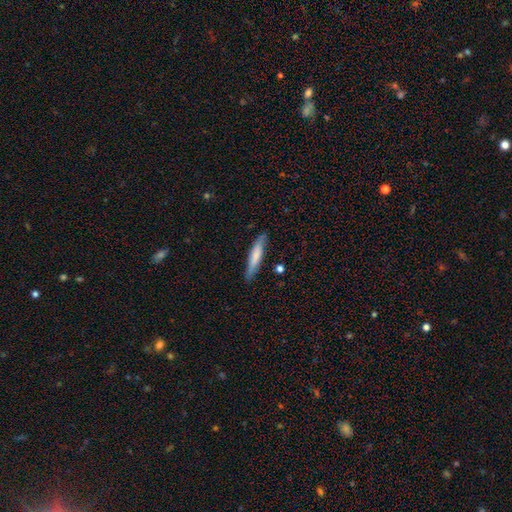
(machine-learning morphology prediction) A smooth galaxy with no disk features (68%) that is cigar-shaped (89%).

Vote fractions:
- Smooth or featured? smooth: 68% / featured or disk: 27% / star or artifact: 6%
- How rounded? cigar-shaped: 89% / in between: 9% / round: 1%
- Merging? none: 82% / minor disturbance: 14% / major disturbance: 2% / merger: 2%